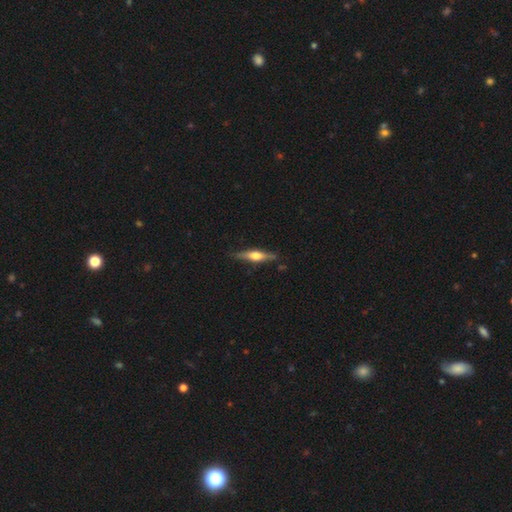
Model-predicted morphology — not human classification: Q: Smooth or featured?
A: featured or disk (64%); runner-up: smooth (31%)
Q: Edge-on disk?
A: yes (96%); runner-up: no (4%)
Q: Edge-on bulge?
A: rounded (91%); runner-up: boxy (6%)
Q: Merging?
A: none (85%); runner-up: minor disturbance (11%)